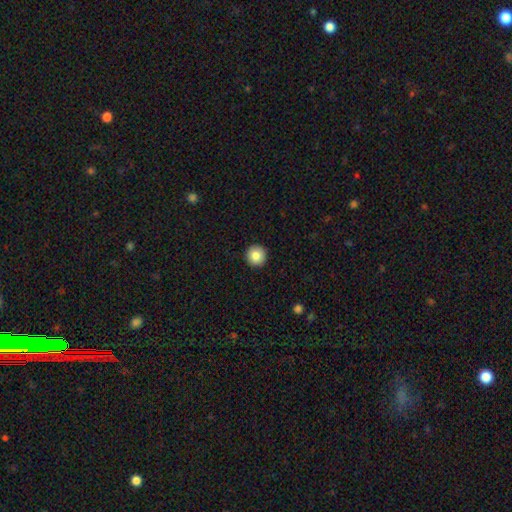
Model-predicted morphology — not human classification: This is clearly a smooth galaxy (86%). How rounded: clearly round (96%). Merging: clearly none (93%).